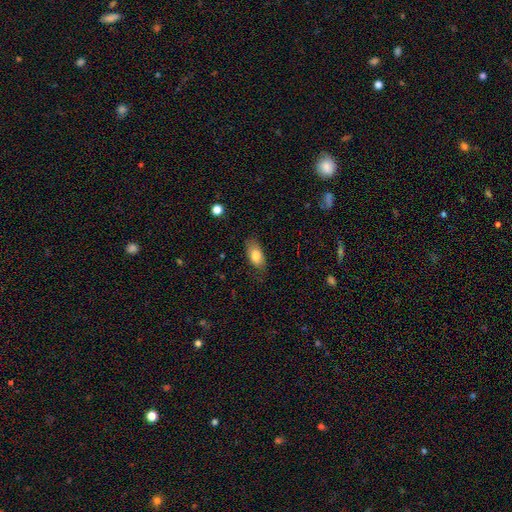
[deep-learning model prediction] Overall: smooth (80%). How rounded: in between (89%). Merging: none (77%).